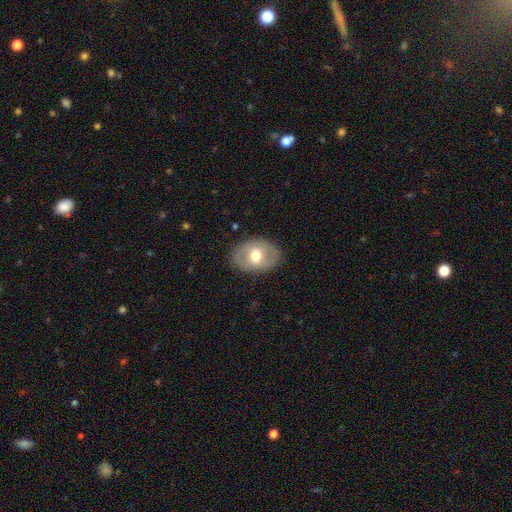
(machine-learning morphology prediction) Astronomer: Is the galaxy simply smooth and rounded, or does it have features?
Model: featured or disk — 47%, tied with smooth at 47%.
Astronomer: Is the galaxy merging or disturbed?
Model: none — 83%.